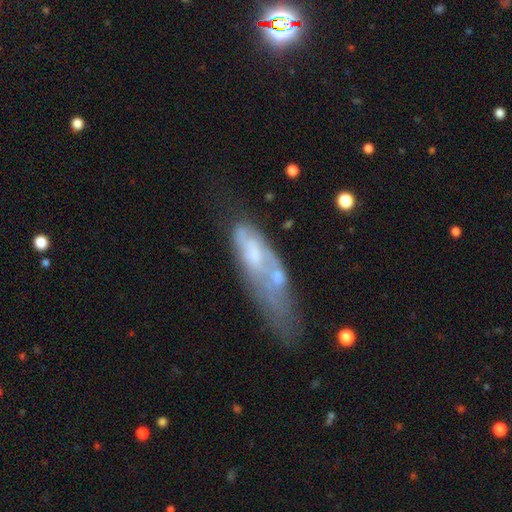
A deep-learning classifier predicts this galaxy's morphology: Smooth or featured? featured or disk (53%)
Edge-on disk? no (77%)
Merging? none (31%)